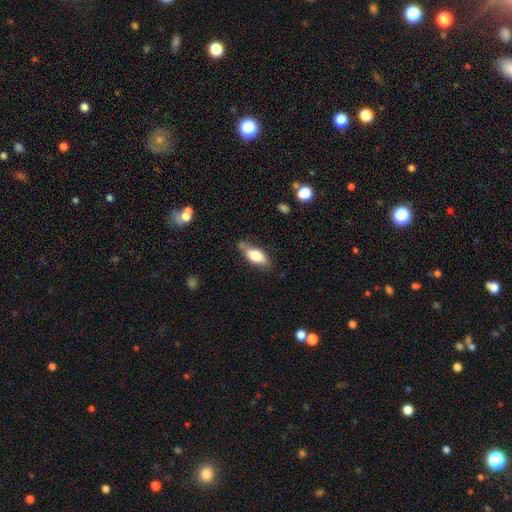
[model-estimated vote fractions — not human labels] Smooth or featured? smooth (76%)
How rounded? in between (84%)
Merging? none (66%)